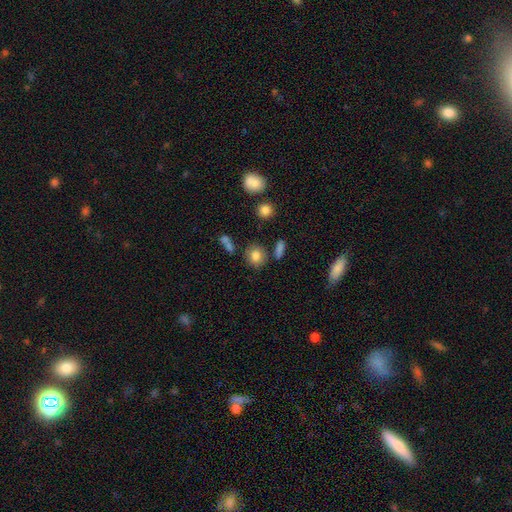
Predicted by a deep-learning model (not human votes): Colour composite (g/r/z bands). It shows a smooth galaxy with no disk features (81%) that is round (74%). Merging: none (76%).